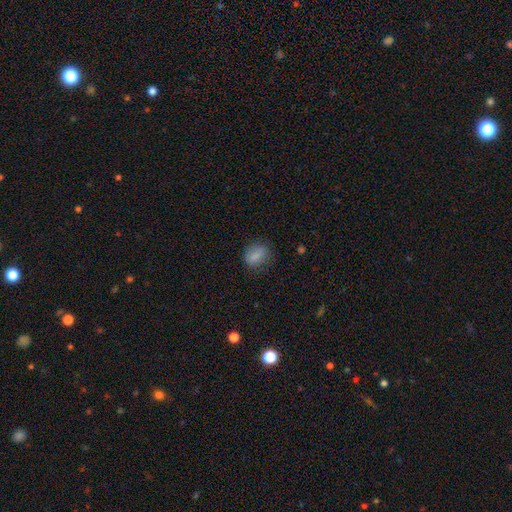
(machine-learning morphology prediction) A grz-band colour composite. It shows a smooth galaxy with no disk features (82%) that is in between round and cigar-shaped (66%). Merging: none (76%).